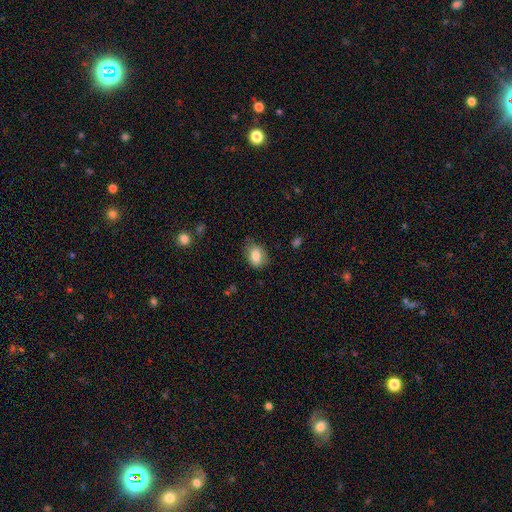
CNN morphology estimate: This appears to be a smooth galaxy with no disk features (81%) that is in between round and cigar-shaped (77%). Merging: none (63%).